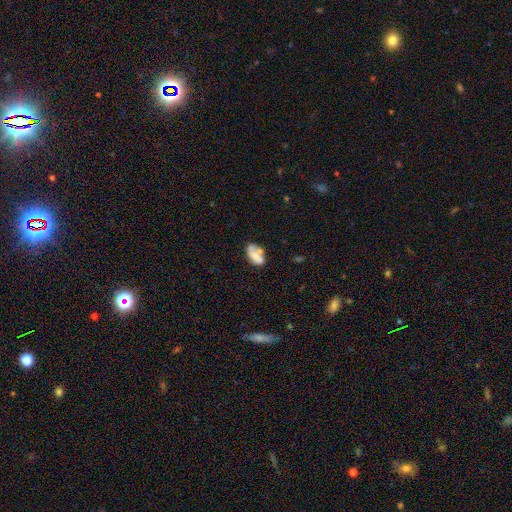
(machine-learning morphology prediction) This appears to be a smooth galaxy with no disk features (61%) that is in between round and cigar-shaped (91%). Merging: none (41%).